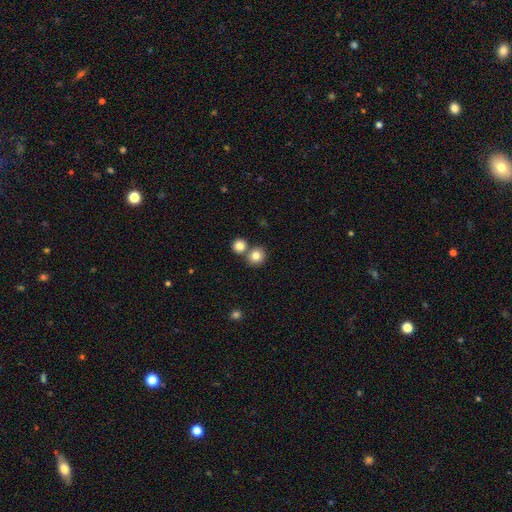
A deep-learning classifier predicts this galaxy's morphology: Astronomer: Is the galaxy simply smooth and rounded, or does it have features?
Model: smooth — 82%.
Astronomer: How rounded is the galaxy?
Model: round — 89%.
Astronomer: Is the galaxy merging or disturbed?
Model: none — 65%.